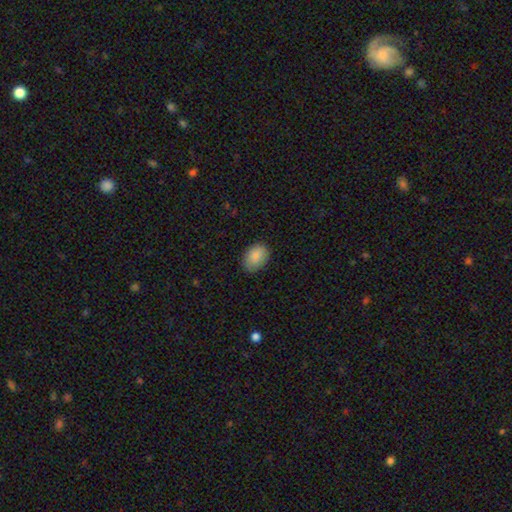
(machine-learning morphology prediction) Smooth or featured: smooth — 88% (star or artifact — 7%)
How rounded: in between — 77% (round — 22%)
Merging: none — 83% (minor disturbance — 13%)